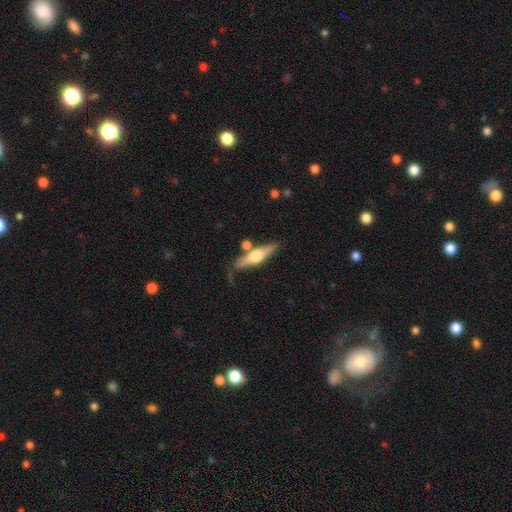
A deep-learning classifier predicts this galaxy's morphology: featured or disk 57%, smooth 38%, star or artifact 6%. Down the decision tree: edge-on disk — yes (93%); edge-on bulge — rounded (92%); merging — none (70%).